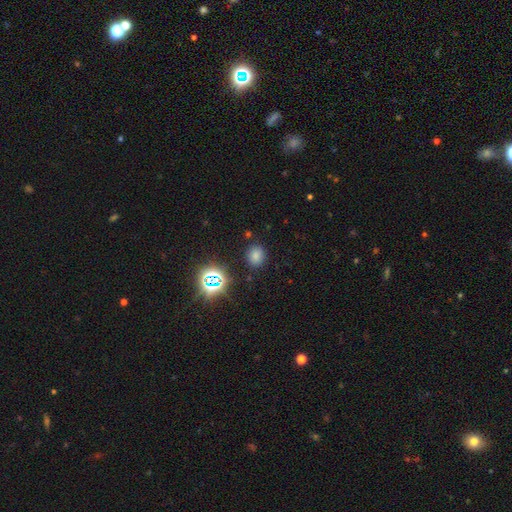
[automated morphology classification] A smooth galaxy with no disk features (70%) that is round (65%). Merging: none (85%).